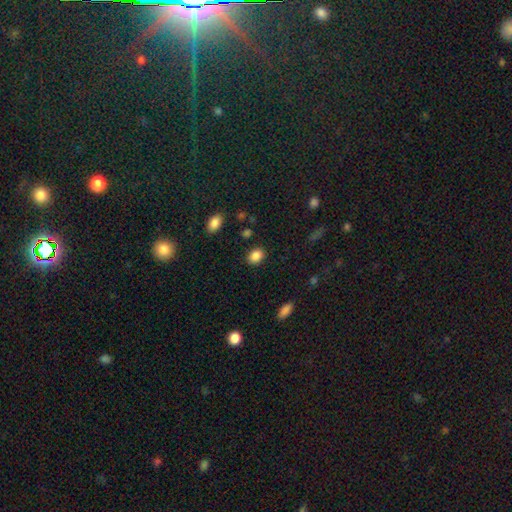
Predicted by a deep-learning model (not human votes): A smooth galaxy with no disk features (87%) that is in between round and cigar-shaped (64%).

Vote fractions:
- Smooth or featured? smooth: 87% / star or artifact: 9% / featured or disk: 4%
- How rounded? in between: 64% / round: 35% / cigar-shaped: 1%
- Merging? none: 86% / minor disturbance: 10% / major disturbance: 3% / merger: 2%